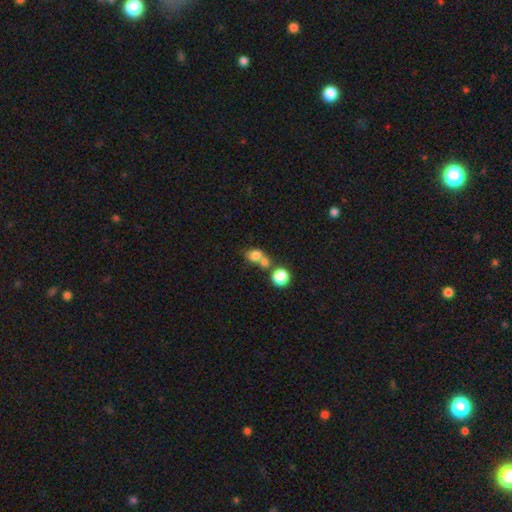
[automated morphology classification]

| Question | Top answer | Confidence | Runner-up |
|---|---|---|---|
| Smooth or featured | smooth | 76% | star or artifact (12%) |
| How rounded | round | 50% | in between (49%) |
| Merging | merger | 51% | none (34%) |